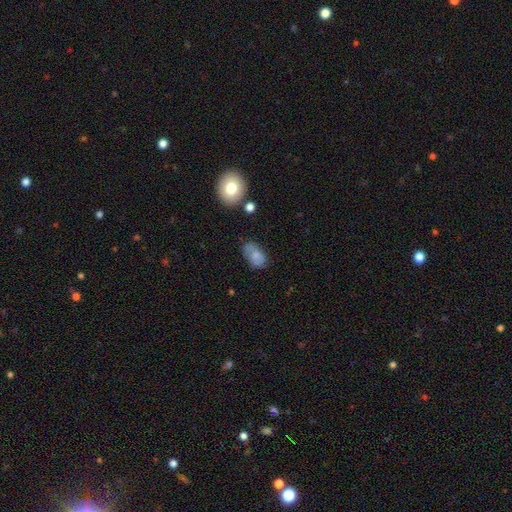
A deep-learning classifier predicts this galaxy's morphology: Q: Smooth or featured?
A: smooth (67%); runner-up: featured or disk (24%)
Q: How rounded?
A: in between (89%); runner-up: round (9%)
Q: Merging?
A: none (58%); runner-up: minor disturbance (28%)